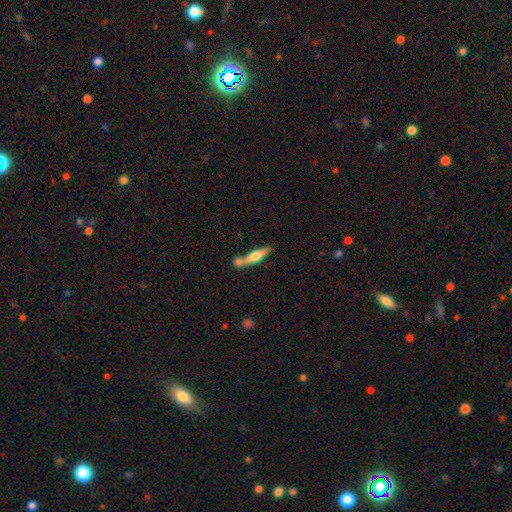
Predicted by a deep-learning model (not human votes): Smooth or featured? Predicted: smooth (p=0.50). How rounded? Predicted: cigar-shaped (p=0.77). Merging? Predicted: none (p=0.47).